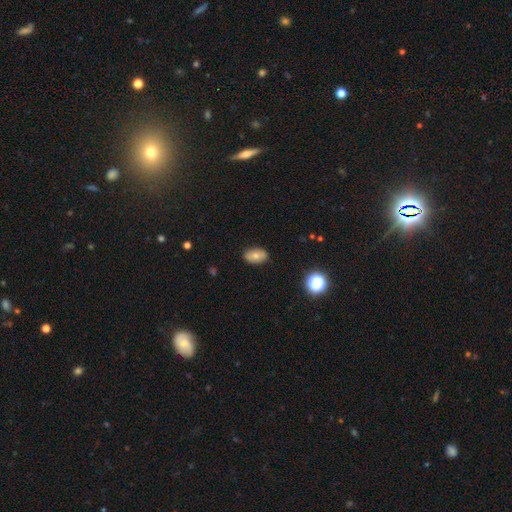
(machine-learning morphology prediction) smooth 71%, featured or disk 18%, star or artifact 11%. Down the decision tree: how rounded — in between (88%); merging — none (86%).